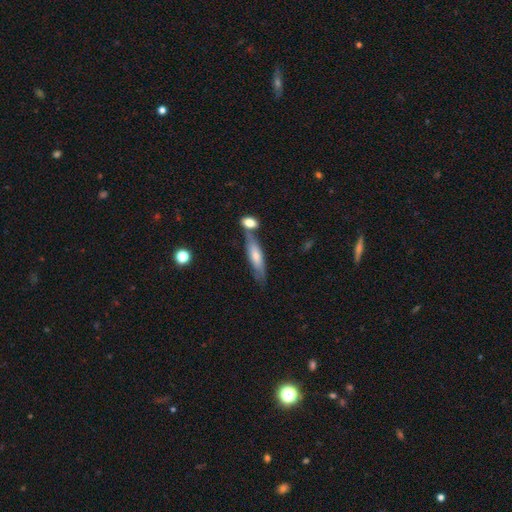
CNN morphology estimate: smooth_or_featured: smooth (p=0.58) [alt: featured or disk p=0.37]
how_rounded: cigar-shaped (p=0.68) [alt: in between p=0.30]
merging: none (p=0.56) [alt: merger p=0.22]